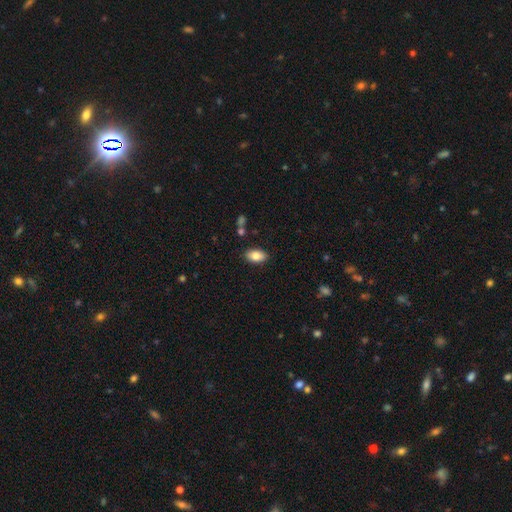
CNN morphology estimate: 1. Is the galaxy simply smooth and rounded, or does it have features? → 83% smooth, 10% featured or disk, 7% star or artifact.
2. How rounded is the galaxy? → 93% in between, 5% round, 2% cigar-shaped.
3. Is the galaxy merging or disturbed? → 87% none, 9% minor disturbance, 2% major disturbance, 2% merger.